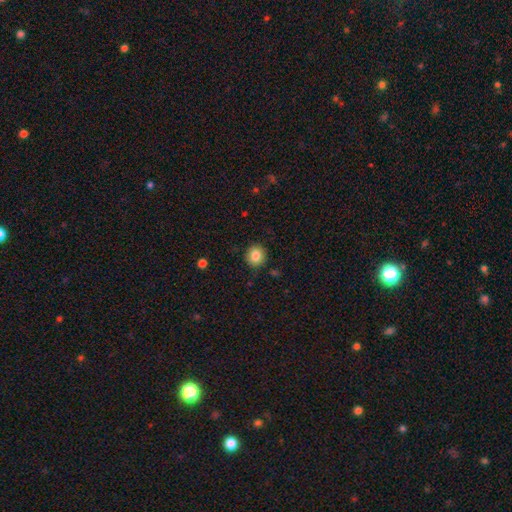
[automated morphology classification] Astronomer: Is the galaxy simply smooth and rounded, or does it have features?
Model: smooth — 84%.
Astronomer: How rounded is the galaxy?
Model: round — 88%.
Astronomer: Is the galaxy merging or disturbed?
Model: none — 89%.